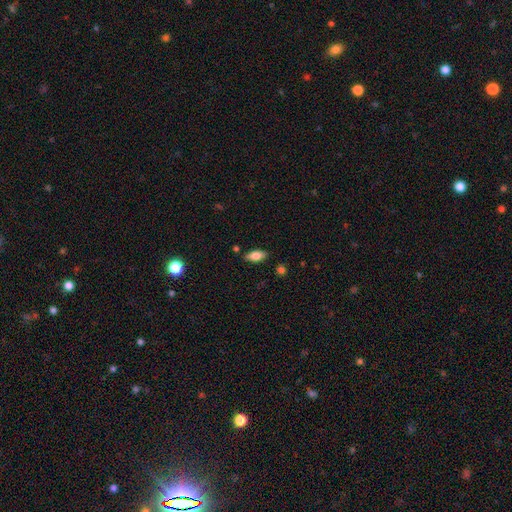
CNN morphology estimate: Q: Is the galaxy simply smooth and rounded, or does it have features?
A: smooth — 76%.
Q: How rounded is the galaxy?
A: in between — 82%.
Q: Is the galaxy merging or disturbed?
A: none — 84%.